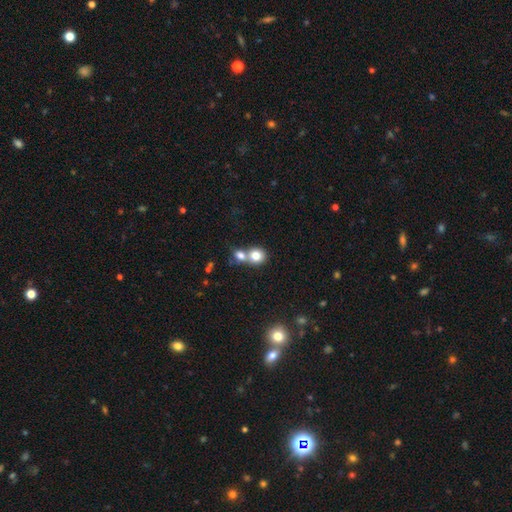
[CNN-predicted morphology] This is likely a smooth galaxy (78%). How rounded: likely round (78%). Merging: possibly merger (57%).